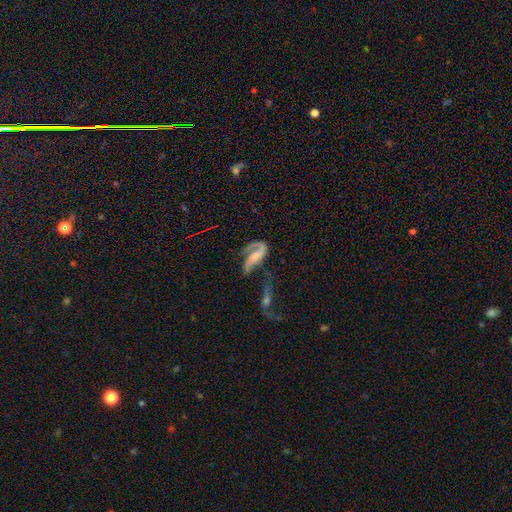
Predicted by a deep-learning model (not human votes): A featured or disk galaxy (73%) with no bar (47%), 2 (59%) loose (54%) spiral arms (86%) and no central bulge (35%).

Vote fractions:
- Smooth or featured? featured or disk: 73% / smooth: 19% / star or artifact: 8%
- Edge-on disk? no: 94% / yes: 6%
- Bar? no: 47% / weak: 34% / strong: 19%
- Spiral arms? yes: 86% / no: 14%
- Spiral winding? loose: 54% / medium: 33% / tight: 13%
- Spiral arm count? 2: 59% / 1: 33% / can't tell: 5% / 3: 1% / 4: 1% / more than 4: 1%
- Bulge size? none: 35% / small: 28% / moderate: 26% / large: 9% / dominant: 2%
- Merging? major disturbance: 35% / none: 25% / merger: 24% / minor disturbance: 15%